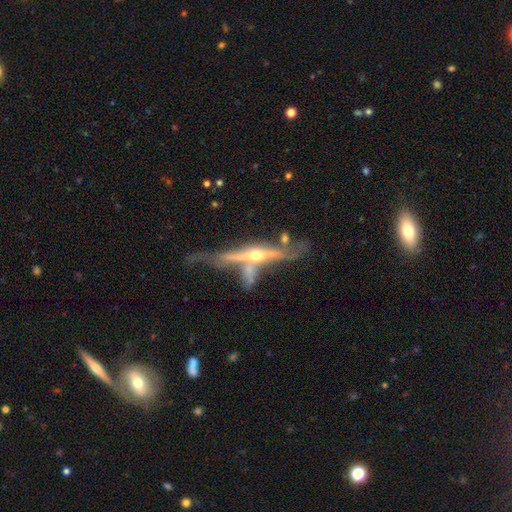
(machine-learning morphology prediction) featured or disk 80%, smooth 13%, star or artifact 6%. Down the decision tree: edge-on disk — yes (90%); edge-on bulge — rounded (89%); merging — none (37%).